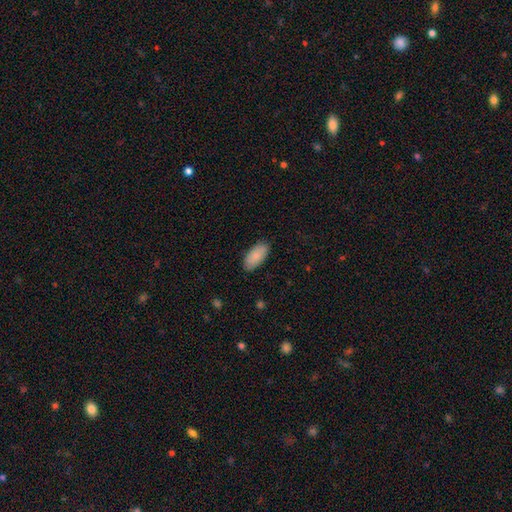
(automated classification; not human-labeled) Q: Smooth or featured?
A: smooth (87%); runner-up: featured or disk (8%)
Q: How rounded?
A: in between (94%); runner-up: cigar-shaped (4%)
Q: Merging?
A: none (85%); runner-up: minor disturbance (12%)